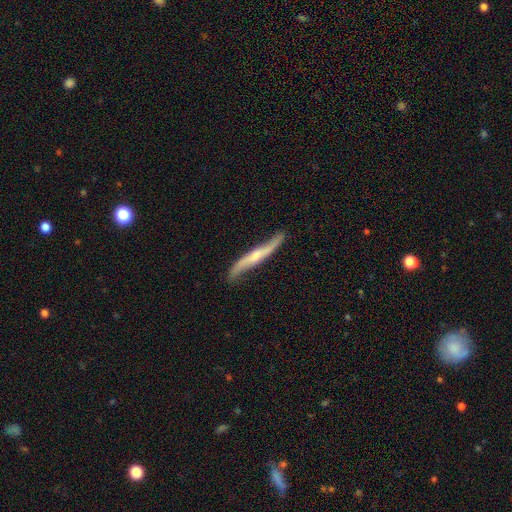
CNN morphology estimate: A featured or disk galaxy (78%) viewed edge-on (54%).

Vote fractions:
- Smooth or featured? featured or disk: 78% / smooth: 18% / star or artifact: 5%
- Edge-on disk? yes: 54% / no: 46%
- Merging? none: 74% / minor disturbance: 19% / major disturbance: 5% / merger: 2%